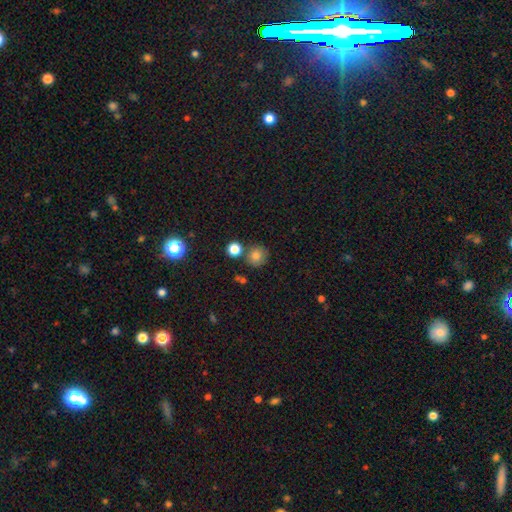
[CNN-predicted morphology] A smooth galaxy with no disk features (80%) that is round (91%).

Vote fractions:
- Smooth or featured? smooth: 80% / star or artifact: 12% / featured or disk: 8%
- How rounded? round: 91% / in between: 8% / cigar-shaped: 1%
- Merging? none: 75% / merger: 12% / minor disturbance: 10% / major disturbance: 3%